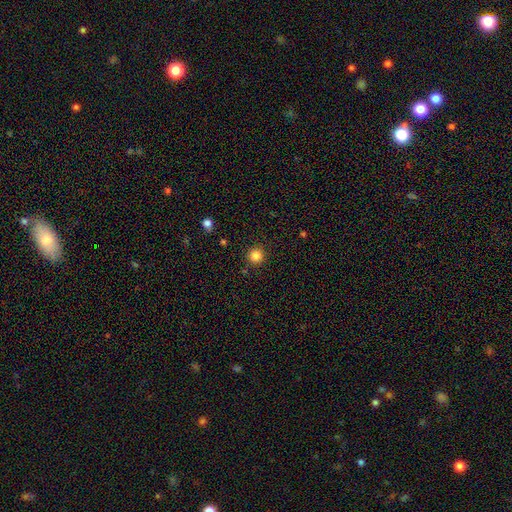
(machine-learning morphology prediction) This is clearly a smooth galaxy (84%). How rounded: clearly round (95%). Merging: clearly none (91%).